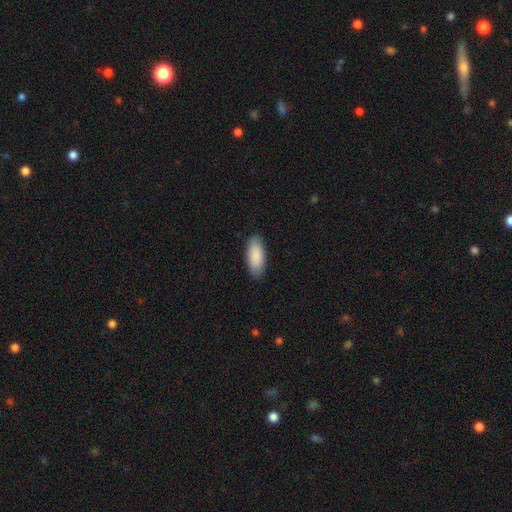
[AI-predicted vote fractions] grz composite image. It shows a smooth galaxy with no disk features (90%) that is in between round and cigar-shaped (85%). Merging: none (88%).